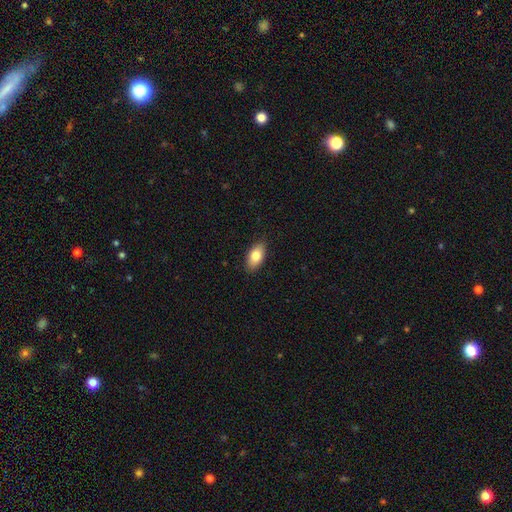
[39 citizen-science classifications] Smooth or featured: smooth — 90% (featured or disk — 5%)
How rounded: in between — 94% (cigar-shaped — 6%)
Merging: none — 92% (minor disturbance — 5%)